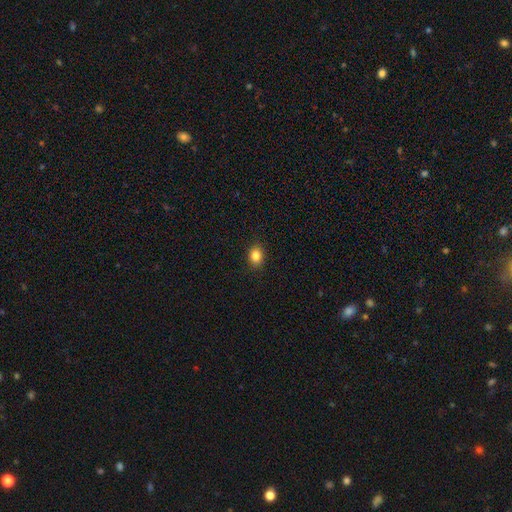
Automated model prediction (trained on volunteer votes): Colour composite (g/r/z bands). It shows a smooth galaxy with no disk features (85%) that is in between round and cigar-shaped (54%). Merging: none (90%).